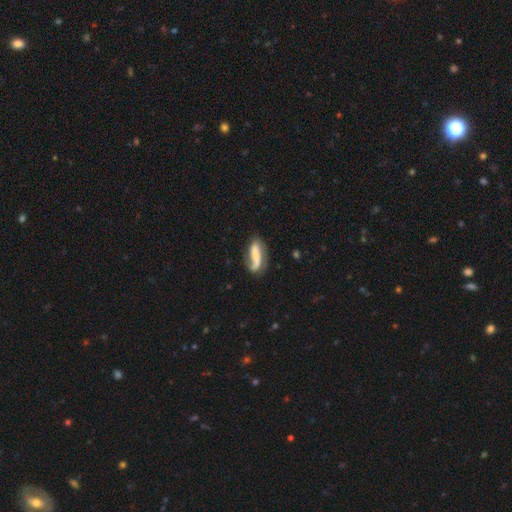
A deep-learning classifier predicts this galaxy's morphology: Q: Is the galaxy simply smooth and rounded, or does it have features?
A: featured or disk — 49%.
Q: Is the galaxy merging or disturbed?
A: none — 51%.